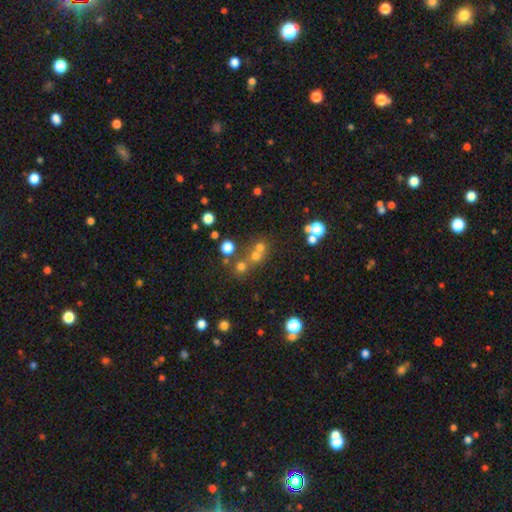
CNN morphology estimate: A smooth galaxy with no disk features (50%) that is round (84%). Merging: none (49%).